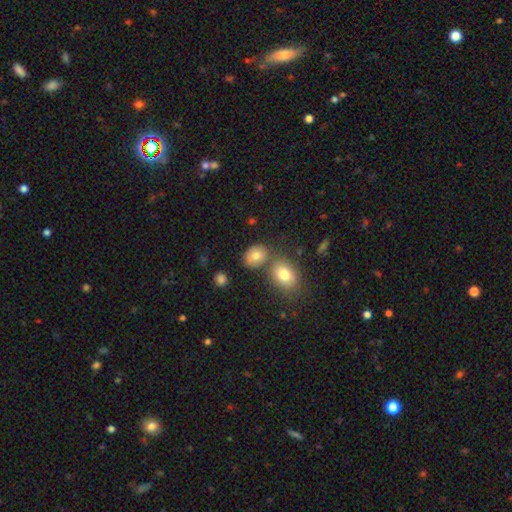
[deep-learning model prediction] This is likely a smooth galaxy (78%). How rounded: likely in between (66%). Merging: likely none (64%).